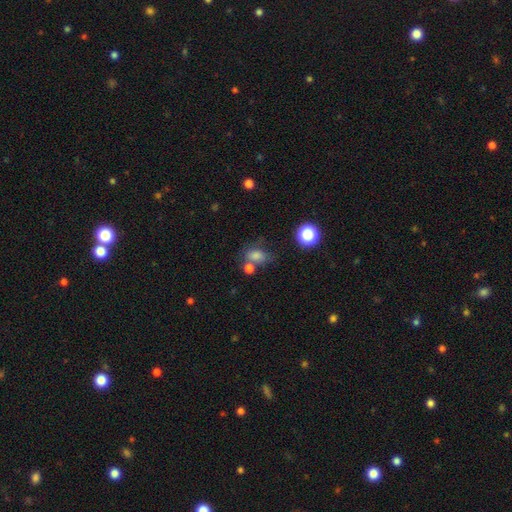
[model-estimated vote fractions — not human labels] Smooth or featured: smooth — 73% (star or artifact — 16%)
How rounded: in between — 68% (round — 30%)
Merging: none — 43% (merger — 24%)